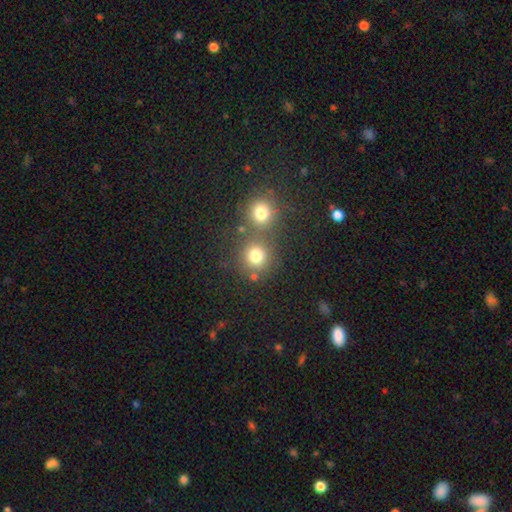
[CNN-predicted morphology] A smooth galaxy with no disk features (77%) that is round (90%). Merging: none (56%).